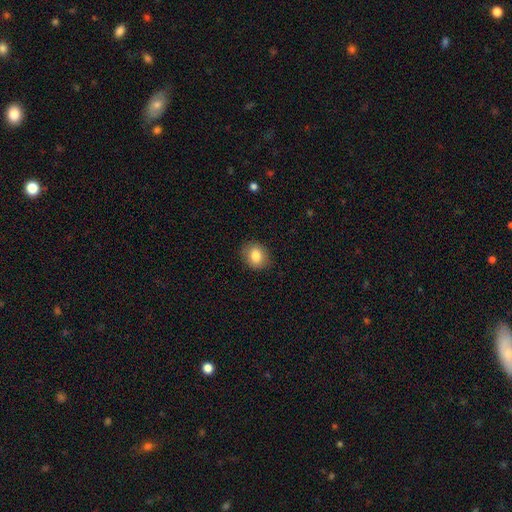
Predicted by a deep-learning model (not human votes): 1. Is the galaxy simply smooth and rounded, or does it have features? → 83% smooth, 9% star or artifact, 8% featured or disk.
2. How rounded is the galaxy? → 62% round, 37% in between, 1% cigar-shaped.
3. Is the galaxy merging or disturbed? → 87% none, 9% minor disturbance, 2% major disturbance, 1% merger.